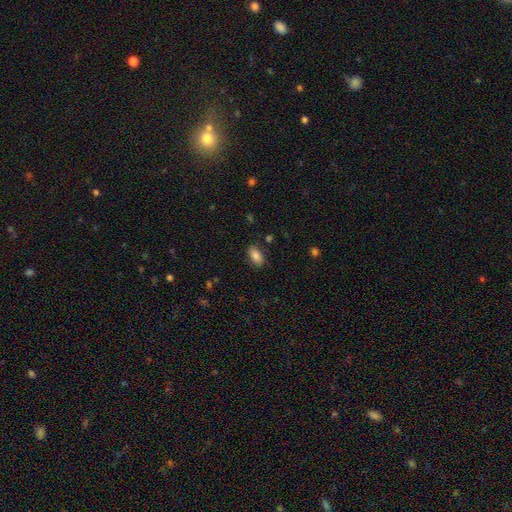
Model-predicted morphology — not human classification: smooth-or-featured: smooth: 85% | star or artifact: 8% | featured or disk: 7%
  how-rounded: in between: 92% | round: 5% | cigar-shaped: 3%
  merging: none: 83% | minor disturbance: 12% | major disturbance: 3% | merger: 2%